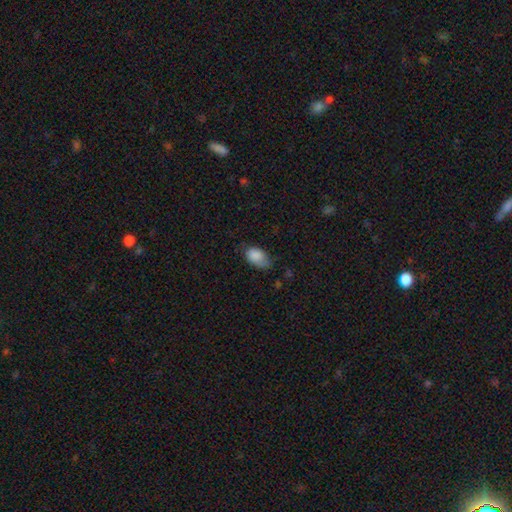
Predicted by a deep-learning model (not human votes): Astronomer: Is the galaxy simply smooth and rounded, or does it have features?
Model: smooth — 85%.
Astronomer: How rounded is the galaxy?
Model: in between — 89%.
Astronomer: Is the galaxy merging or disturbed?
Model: none — 46% (runner-up: minor disturbance, 39%).